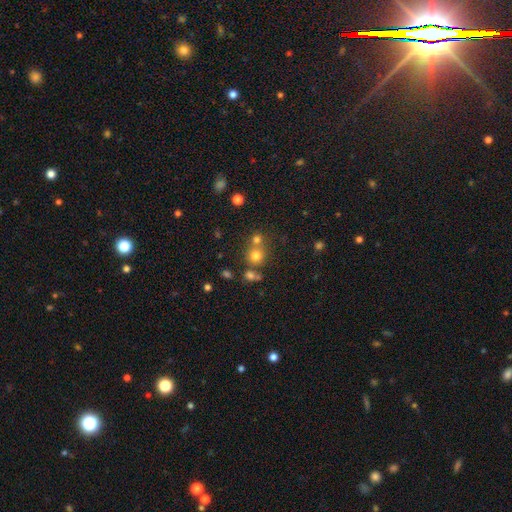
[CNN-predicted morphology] smooth-or-featured: smooth: 73% | star or artifact: 17% | featured or disk: 10%
  how-rounded: round: 89% | in between: 10% | cigar-shaped: 1%
  merging: none: 59% | merger: 30% | minor disturbance: 8% | major disturbance: 4%